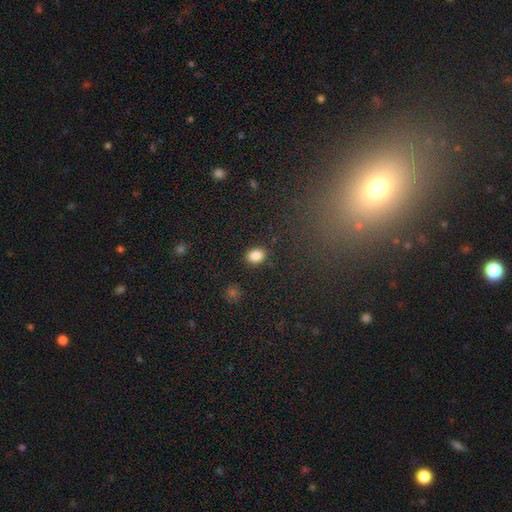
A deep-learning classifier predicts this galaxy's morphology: Smooth or featured?
  - smooth: 85% *
  - star or artifact: 10%
  - featured or disk: 5%
How rounded?
  - in between: 50% *
  - round: 49%
  - cigar-shaped: 1%
Merging?
  - none: 87% *
  - minor disturbance: 9%
  - major disturbance: 3%
  - merger: 2%